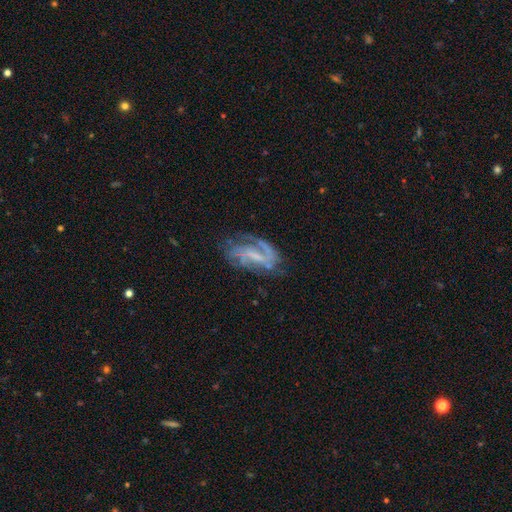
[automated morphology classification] Smooth or featured?
  - featured or disk: 81% *
  - smooth: 11%
  - star or artifact: 8%
Edge-on disk?
  - no: 95% *
  - yes: 5%
Bar?
  - weak: 45% *
  - strong: 29%
  - no: 26%
Spiral arms?
  - yes: 90% *
  - no: 10%
Spiral winding?
  - medium: 46% *
  - tight: 30%
  - loose: 25%
Spiral arm count?
  - 2: 53% *
  - can't tell: 20%
  - 3: 12%
  - 1: 9%
  - 4: 3%
  - more than 4: 3%
Bulge size?
  - none: 40% *
  - small: 37%
  - moderate: 20%
  - large: 3%
  - dominant: 1%
Merging?
  - none: 57% *
  - minor disturbance: 21%
  - major disturbance: 18%
  - merger: 3%